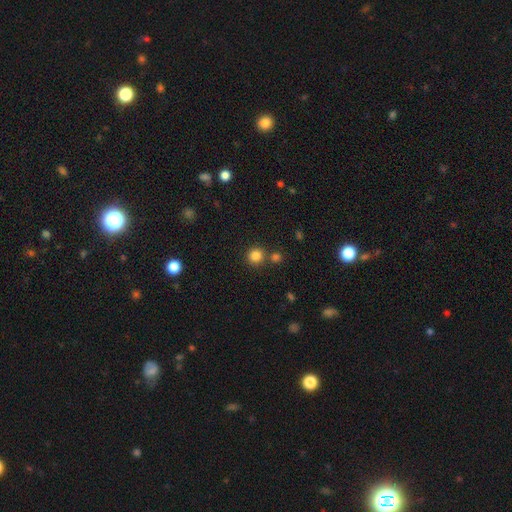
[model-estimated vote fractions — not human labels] Overall: smooth (83%). How rounded: round (90%). Merging: none (75%).